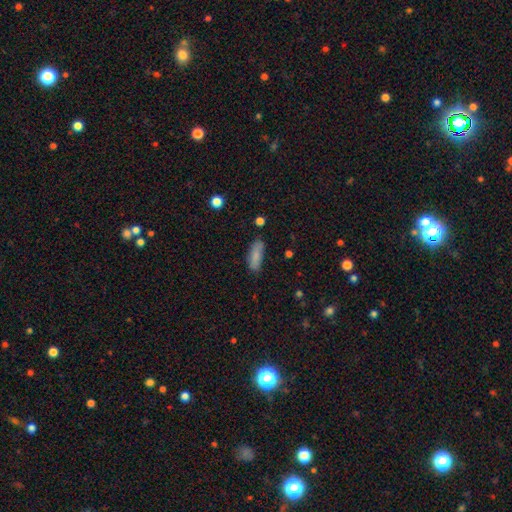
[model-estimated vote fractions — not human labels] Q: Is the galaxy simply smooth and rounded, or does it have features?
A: smooth — 84%.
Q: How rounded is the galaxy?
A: in between — 64%.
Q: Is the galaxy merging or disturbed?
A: none — 79%.